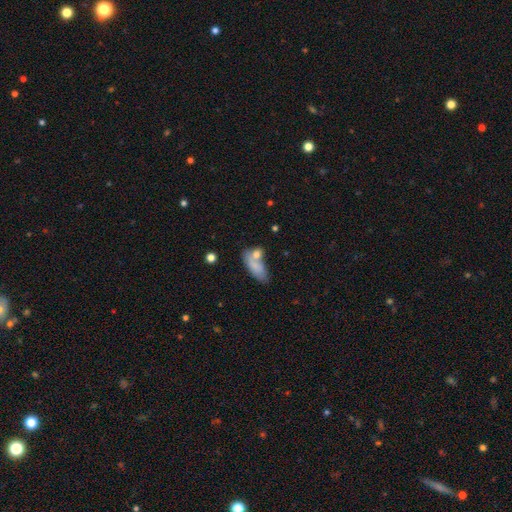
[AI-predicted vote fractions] Smooth or featured? Predicted: smooth (p=0.74). How rounded? Predicted: in between (p=0.74). Merging? Predicted: none (p=0.46).